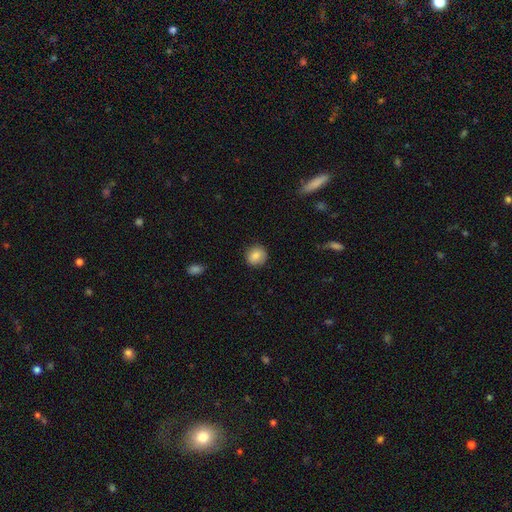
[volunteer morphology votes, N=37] smooth_or_featured: smooth (p=0.89) [alt: featured or disk p=0.05]
how_rounded: round (p=0.85) [alt: in between p=0.15]
merging: none (p=0.91) [alt: minor disturbance p=0.09]